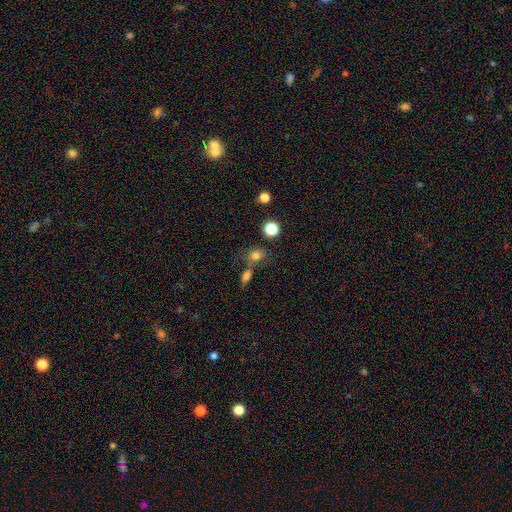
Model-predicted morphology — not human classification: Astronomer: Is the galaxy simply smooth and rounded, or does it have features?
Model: smooth — 76%.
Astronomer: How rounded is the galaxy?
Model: round — 55% (runner-up: in between, 44%).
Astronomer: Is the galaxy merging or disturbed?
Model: none — 57%.